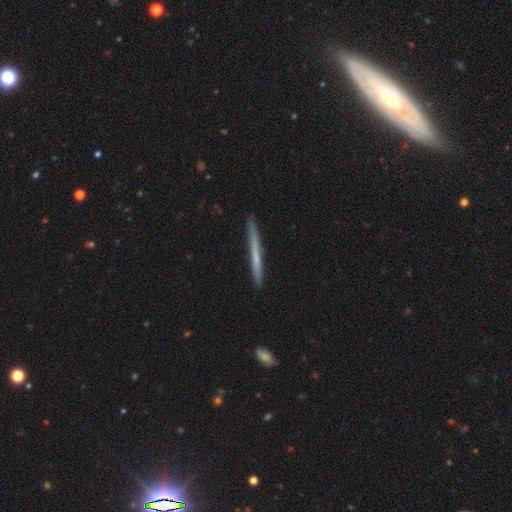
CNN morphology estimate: A smooth galaxy with no disk features (51%) that is cigar-shaped (97%).

Vote fractions:
- Smooth or featured? smooth: 51% / featured or disk: 43% / star or artifact: 6%
- How rounded? cigar-shaped: 97% / in between: 2% / round: 1%
- Merging? none: 89% / minor disturbance: 9% / major disturbance: 1% / merger: 1%